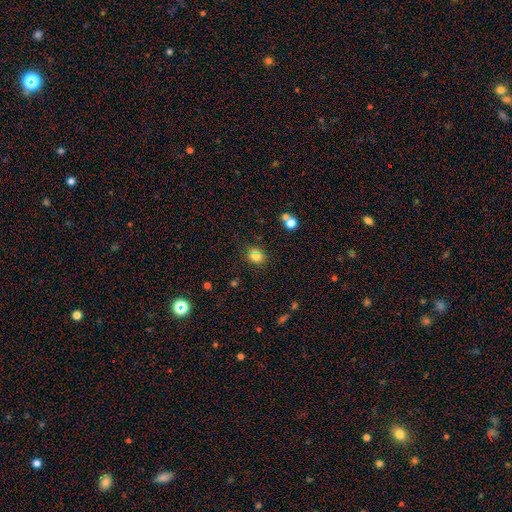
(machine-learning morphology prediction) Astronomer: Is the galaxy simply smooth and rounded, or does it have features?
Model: smooth — 78%.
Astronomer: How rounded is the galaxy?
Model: round — 71%.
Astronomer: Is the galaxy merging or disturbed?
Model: none — 80%.